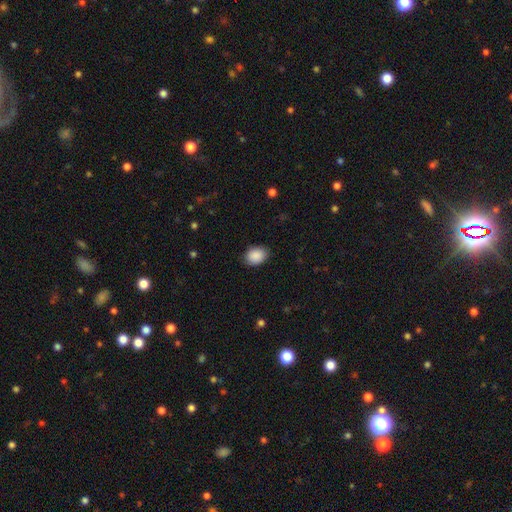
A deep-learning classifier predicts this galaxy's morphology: This appears to be a smooth galaxy with no disk features (90%) that is in between round and cigar-shaped (66%). Merging: none (84%).